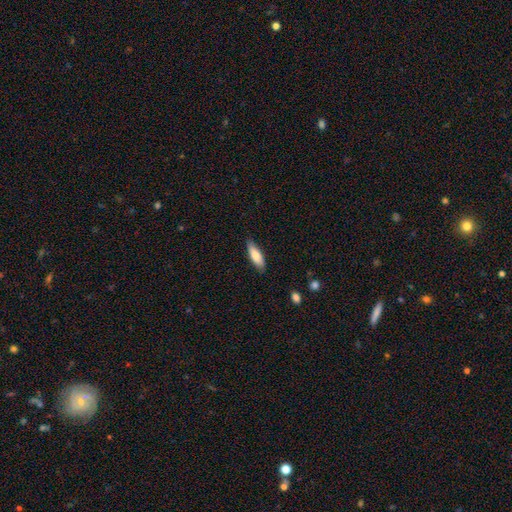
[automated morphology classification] type=smooth (78%); roundness=in between (50%); merging=none (81%).